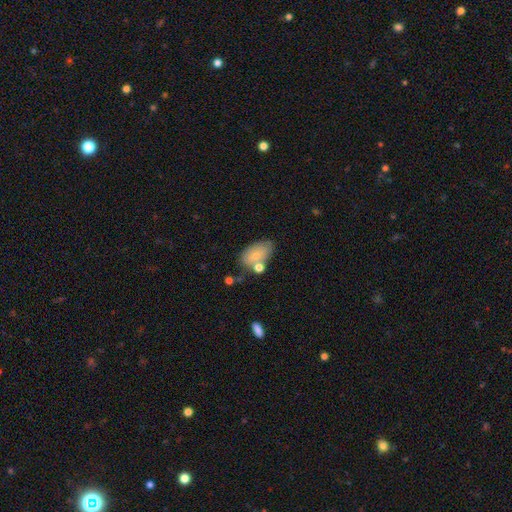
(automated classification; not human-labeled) Morphology: type=smooth (71%); roundness=in between (90%); merging=none (53%).